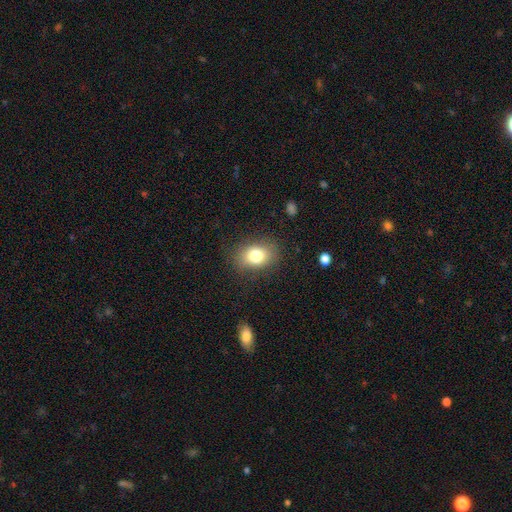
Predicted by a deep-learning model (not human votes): smooth-or-featured: smooth: 79% | featured or disk: 11% | star or artifact: 10%
  how-rounded: in between: 69% | round: 30% | cigar-shaped: 1%
  merging: none: 82% | minor disturbance: 13% | major disturbance: 4% | merger: 1%